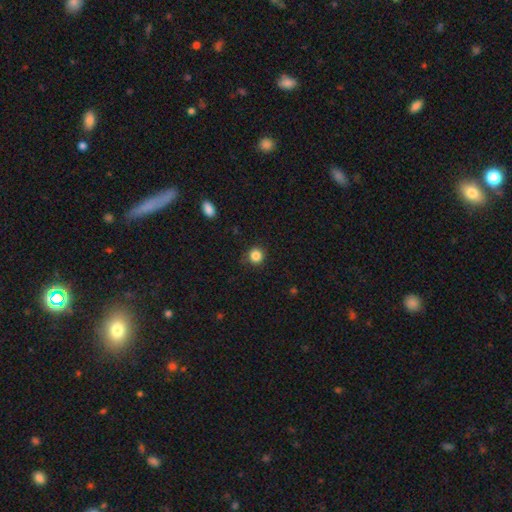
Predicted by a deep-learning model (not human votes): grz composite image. It shows a smooth galaxy with no disk features (85%) that is round (93%). Merging: none (88%).